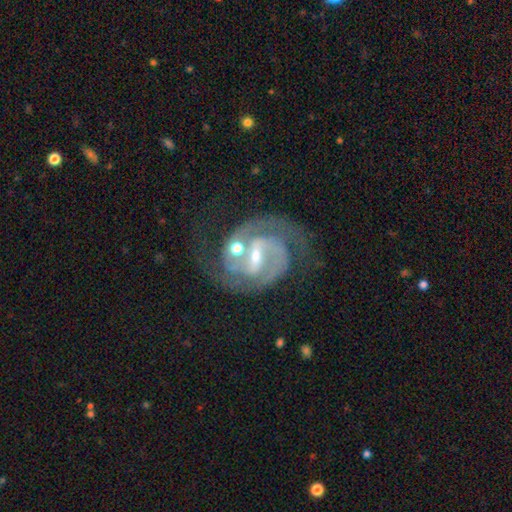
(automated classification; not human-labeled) Q: Smooth or featured?
A: featured or disk (90%); runner-up: star or artifact (6%)
Q: Edge-on disk?
A: no (98%); runner-up: yes (2%)
Q: Bar?
A: strong (45%); runner-up: weak (42%)
Q: Spiral arms?
A: yes (97%); runner-up: no (3%)
Q: Spiral winding?
A: medium (47%); runner-up: tight (44%)
Q: Spiral arm count?
A: 2 (80%); runner-up: 3 (9%)
Q: Bulge size?
A: small (55%); runner-up: moderate (39%)
Q: Merging?
A: none (55%); runner-up: merger (16%)